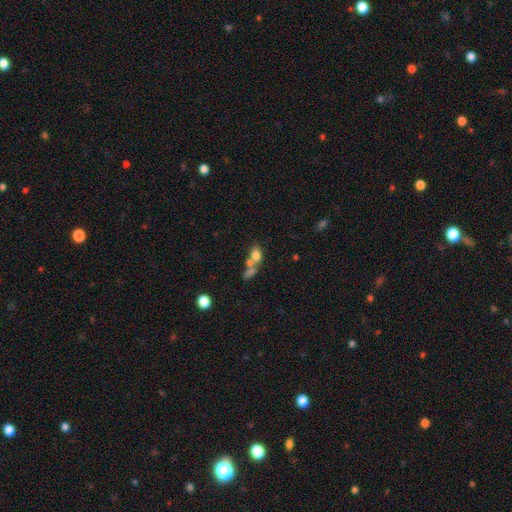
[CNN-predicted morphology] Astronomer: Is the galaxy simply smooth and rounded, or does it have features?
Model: smooth — 73%.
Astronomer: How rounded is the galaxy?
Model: in between — 71%.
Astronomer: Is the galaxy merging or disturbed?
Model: merger — 54% (runner-up: none, 30%).